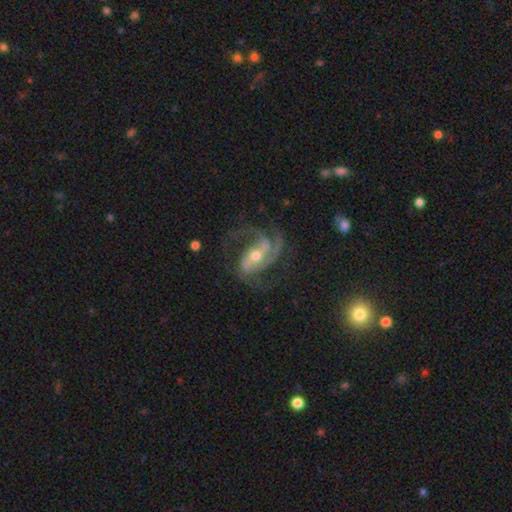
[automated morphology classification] Overall: featured or disk (90%). Edge-on disk: no (97%). Bar: weak (35%; strong 33%). Spiral arms: yes (98%). Spiral arm count: 3 (48%; 2 29%). Spiral winding: medium (54%; tight 23%). Bulge size: moderate (63%; small 31%). Merging: none (60%).